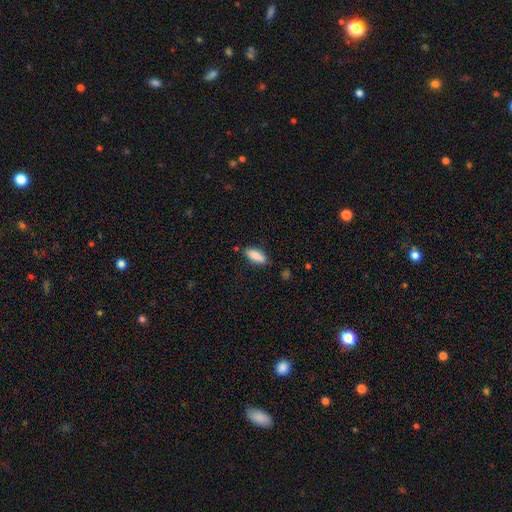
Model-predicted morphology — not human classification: Smooth or featured? Predicted: smooth (p=0.85). How rounded? Predicted: in between (p=0.71). Merging? Predicted: none (p=0.80).